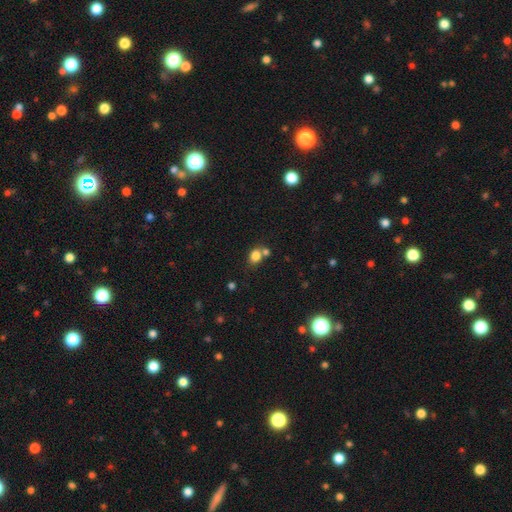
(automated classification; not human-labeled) smooth 81%, star or artifact 12%, featured or disk 7%. Down the decision tree: how rounded — round (53%); merging — none (53%).